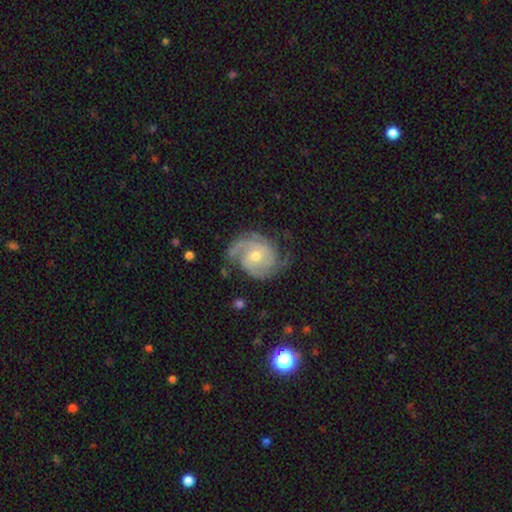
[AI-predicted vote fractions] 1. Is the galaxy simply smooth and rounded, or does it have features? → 89% featured or disk, 7% smooth, 5% star or artifact.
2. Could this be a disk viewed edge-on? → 98% no, 2% yes.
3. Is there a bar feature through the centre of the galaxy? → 66% no, 28% weak, 6% strong.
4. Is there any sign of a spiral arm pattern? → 97% yes, 3% no.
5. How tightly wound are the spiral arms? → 51% tight, 39% medium, 10% loose.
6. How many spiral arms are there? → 48% 2, 27% 3, 11% can't tell, 5% 1, 5% 4, 4% more than 4.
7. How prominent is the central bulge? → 56% moderate, 41% small, 2% large, 1% none, 1% dominant.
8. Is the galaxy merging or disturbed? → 71% none, 19% minor disturbance, 8% major disturbance, 2% merger.